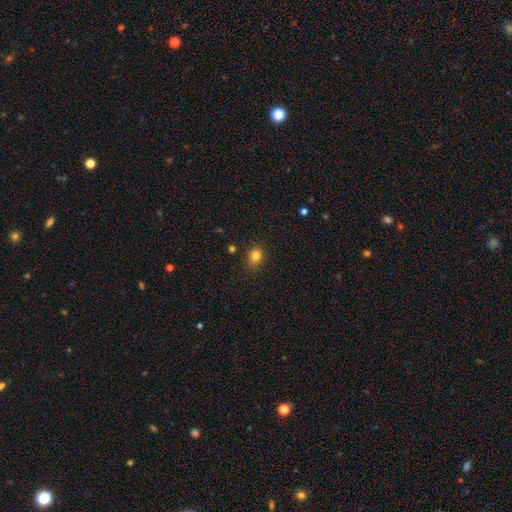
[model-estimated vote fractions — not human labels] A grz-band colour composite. It shows a smooth galaxy with no disk features (82%) that is round (63%). Merging: none (85%).